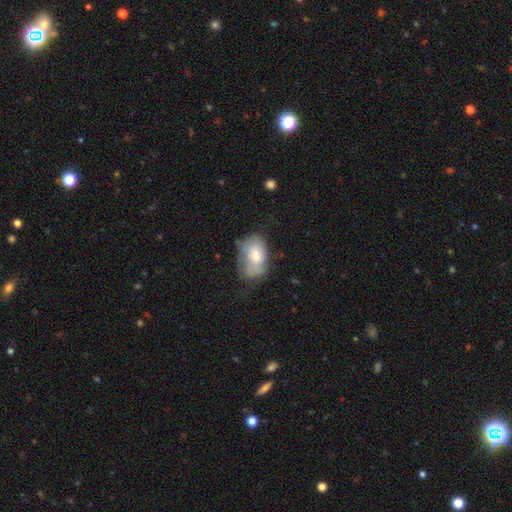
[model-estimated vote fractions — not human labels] Smooth or featured?
  - smooth: 61% *
  - featured or disk: 31%
  - star or artifact: 8%
How rounded?
  - in between: 83% *
  - round: 16%
  - cigar-shaped: 1%
Merging?
  - minor disturbance: 36% *
  - none: 35%
  - major disturbance: 24%
  - merger: 4%